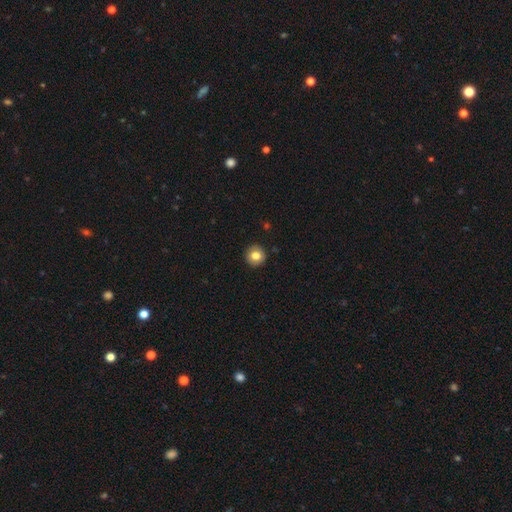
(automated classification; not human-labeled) The model was most divided on "smooth or featured": smooth: 80%, featured or disk: 11%, star or artifact: 9%. More confident: how rounded — round (94%); merging — none (91%).